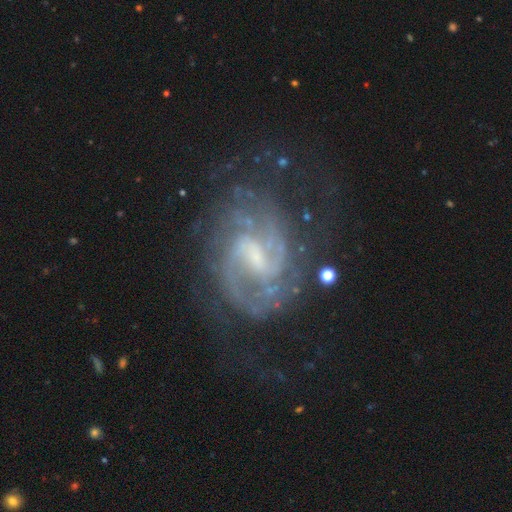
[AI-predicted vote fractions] Smooth or featured? featured or disk (90%)
Edge-on disk? no (98%)
Bar? weak (60%)
Spiral arms? yes (97%)
Spiral winding? medium (50%)
Spiral arm count? 2 (70%)
Bulge size? small (53%)
Merging? none (67%)